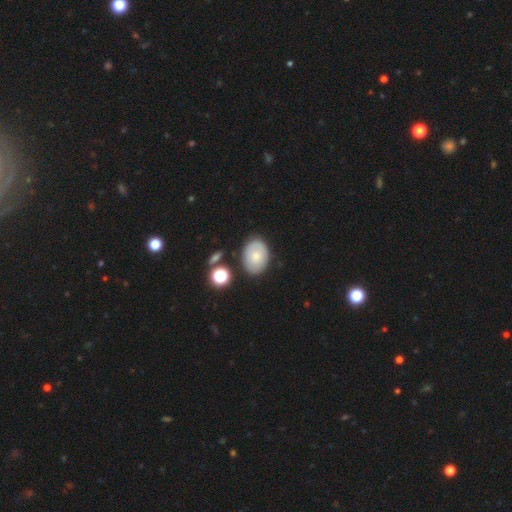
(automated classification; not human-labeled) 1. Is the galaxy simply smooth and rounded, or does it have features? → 67% smooth, 25% featured or disk, 8% star or artifact.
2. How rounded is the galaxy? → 76% in between, 23% round, 1% cigar-shaped.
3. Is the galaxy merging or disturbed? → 79% none, 14% minor disturbance, 4% merger, 3% major disturbance.